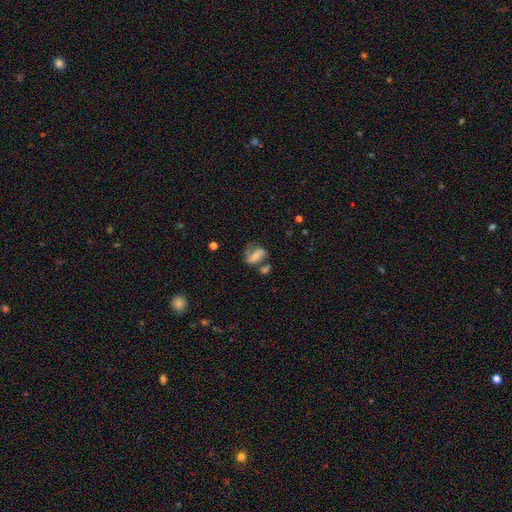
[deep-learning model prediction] Smooth or featured?
  - featured or disk: 49% *
  - smooth: 42%
  - star or artifact: 9%
Merging?
  - none: 40% *
  - minor disturbance: 22%
  - major disturbance: 19%
  - merger: 18%